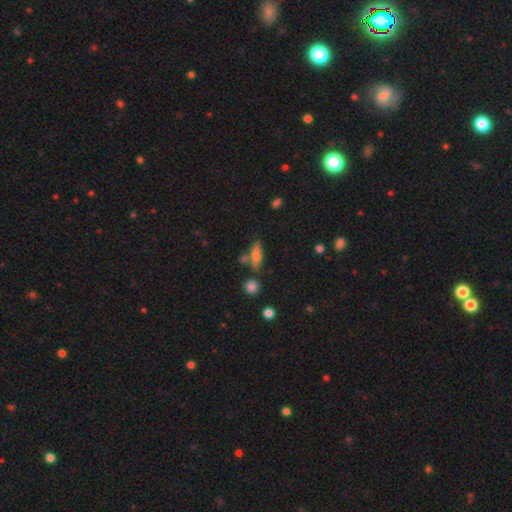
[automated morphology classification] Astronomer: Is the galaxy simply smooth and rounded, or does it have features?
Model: smooth — 62%.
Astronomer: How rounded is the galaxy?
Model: cigar-shaped — 51% (runner-up: in between, 45%).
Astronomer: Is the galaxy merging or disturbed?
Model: none — 67%.